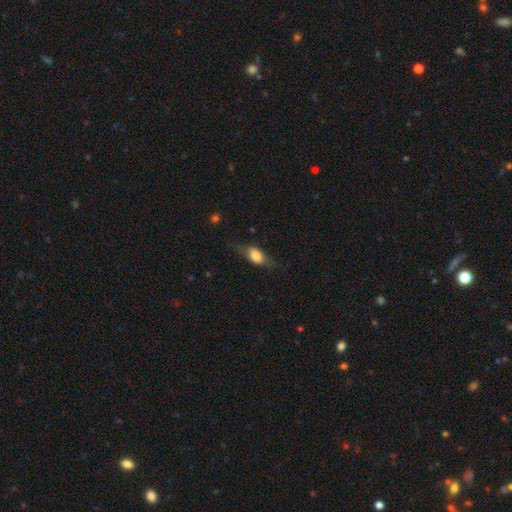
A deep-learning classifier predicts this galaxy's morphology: Smooth or featured?
  - smooth: 62% *
  - featured or disk: 30%
  - star or artifact: 7%
How rounded?
  - in between: 72% *
  - cigar-shaped: 21%
  - round: 7%
Merging?
  - none: 65% *
  - minor disturbance: 23%
  - major disturbance: 11%
  - merger: 2%